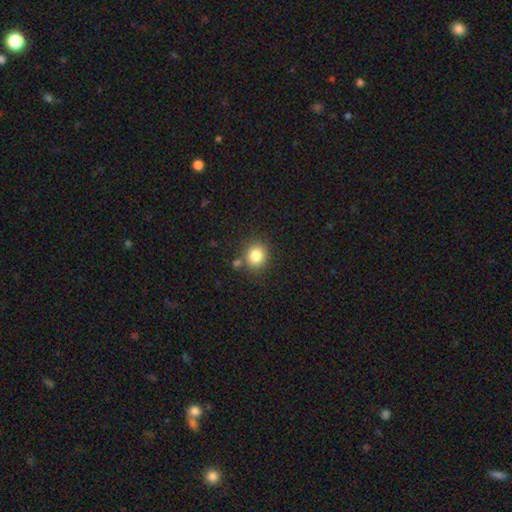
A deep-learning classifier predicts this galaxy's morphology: The model was most divided on "how rounded": round: 81%, in between: 18%, cigar-shaped: 1%. More confident: smooth or featured — smooth (82%); merging — none (78%).